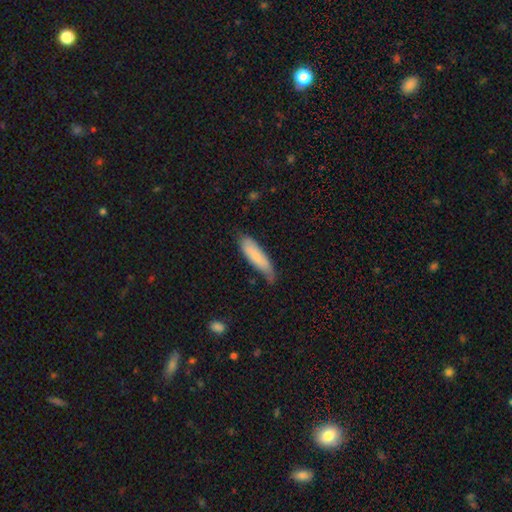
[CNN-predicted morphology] A smooth galaxy with no disk features (75%) that is cigar-shaped (60%). Merging: none (57%).